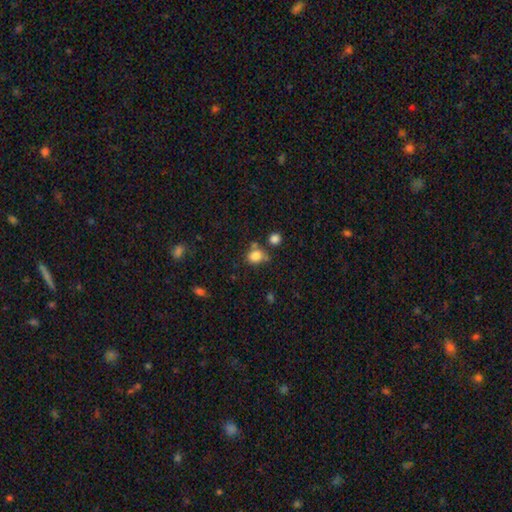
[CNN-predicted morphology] type=smooth (83%); roundness=round (58%); merging=none (59%).